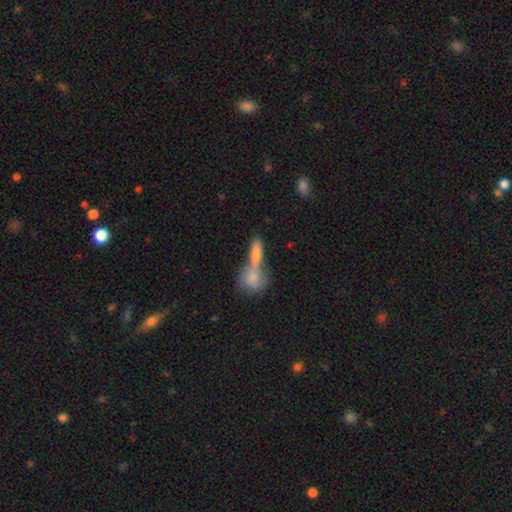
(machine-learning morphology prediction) Smooth or featured? Predicted: smooth (p=0.72). How rounded? Predicted: in between (p=0.46). Merging? Predicted: merger (p=0.60).